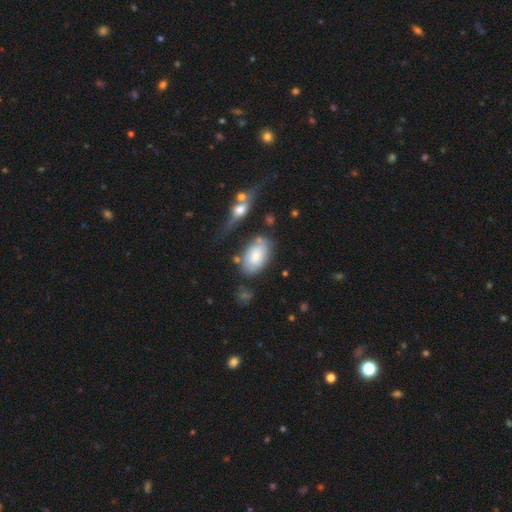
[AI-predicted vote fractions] smooth 70%, featured or disk 24%, star or artifact 7%. Down the decision tree: how rounded — in between (92%); merging — none (58%).